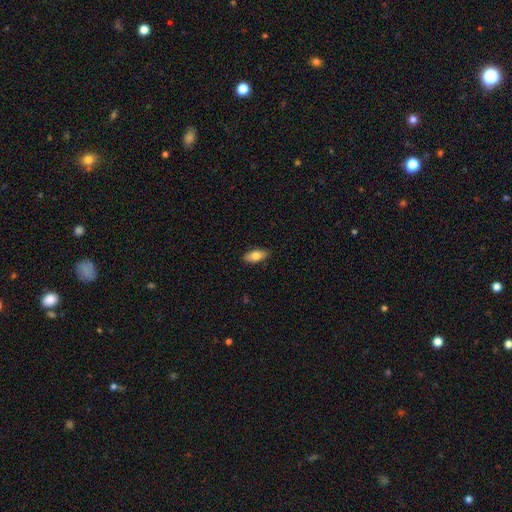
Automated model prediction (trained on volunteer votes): The model was most divided on "smooth or featured": smooth: 78%, featured or disk: 16%, star or artifact: 6%. More confident: how rounded — in between (88%); merging — none (86%).